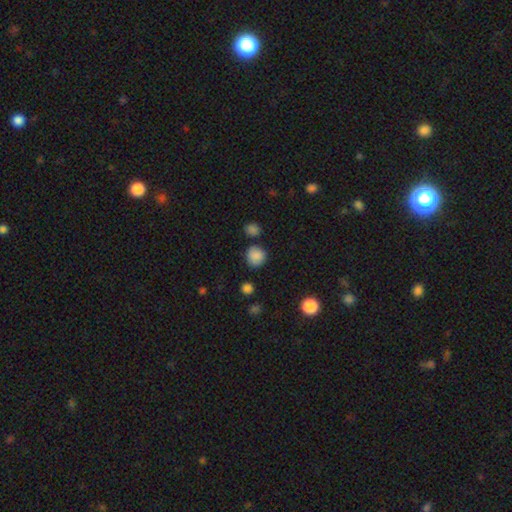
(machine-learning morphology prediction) Smooth or featured?
  - smooth: 85% *
  - star or artifact: 11%
  - featured or disk: 4%
How rounded?
  - round: 88% *
  - in between: 11%
  - cigar-shaped: 1%
Merging?
  - none: 78% *
  - minor disturbance: 12%
  - merger: 7%
  - major disturbance: 3%